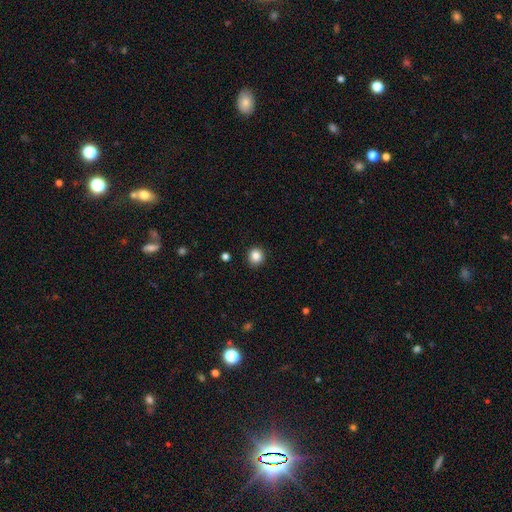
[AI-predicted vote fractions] Overall: smooth (85%). How rounded: round (89%). Merging: none (91%).